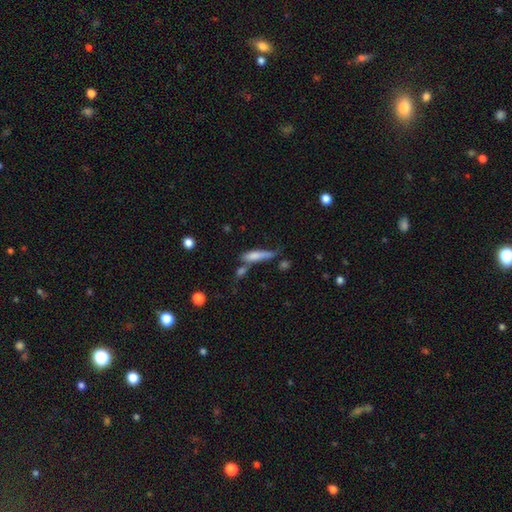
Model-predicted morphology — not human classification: Q: Smooth or featured?
A: smooth (70%); runner-up: featured or disk (22%)
Q: How rounded?
A: cigar-shaped (74%); runner-up: in between (23%)
Q: Merging?
A: none (42%); runner-up: minor disturbance (25%)